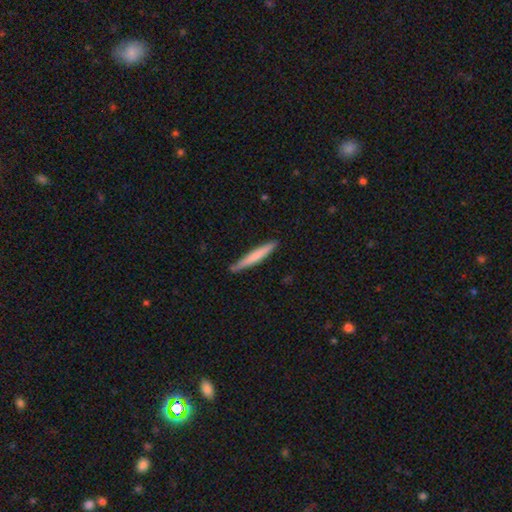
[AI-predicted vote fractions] Morphology: type=smooth (69%); roundness=cigar-shaped (96%); merging=none (85%).